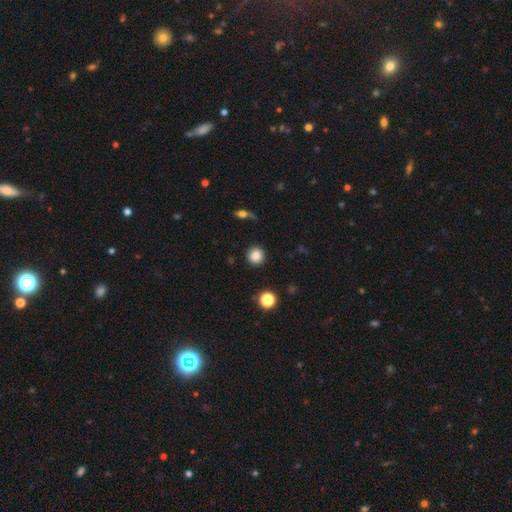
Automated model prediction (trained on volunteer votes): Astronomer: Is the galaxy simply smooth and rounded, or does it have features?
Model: smooth — 85%.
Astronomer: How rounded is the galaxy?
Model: round — 93%.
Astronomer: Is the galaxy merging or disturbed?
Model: none — 90%.